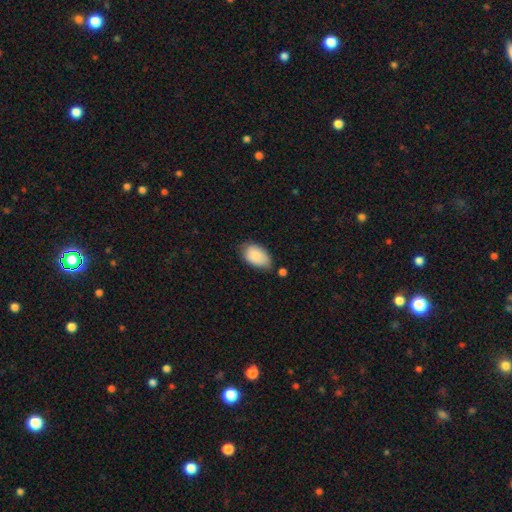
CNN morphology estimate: smooth 85%, featured or disk 8%, star or artifact 6%. Down the decision tree: how rounded — in between (92%); merging — none (58%).